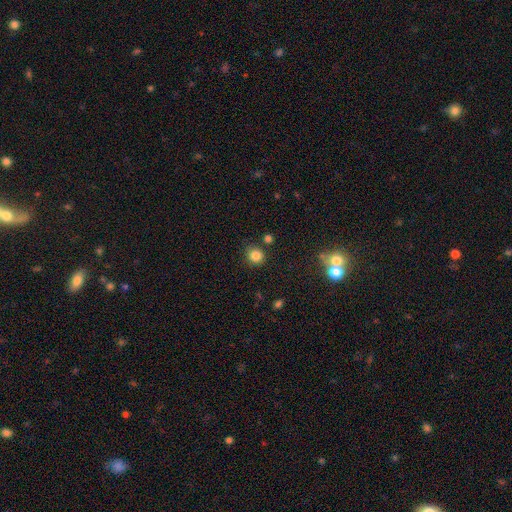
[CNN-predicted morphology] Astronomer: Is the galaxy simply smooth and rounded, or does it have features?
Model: smooth — 82%.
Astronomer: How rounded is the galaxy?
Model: round — 88%.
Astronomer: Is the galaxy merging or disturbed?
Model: none — 81%.